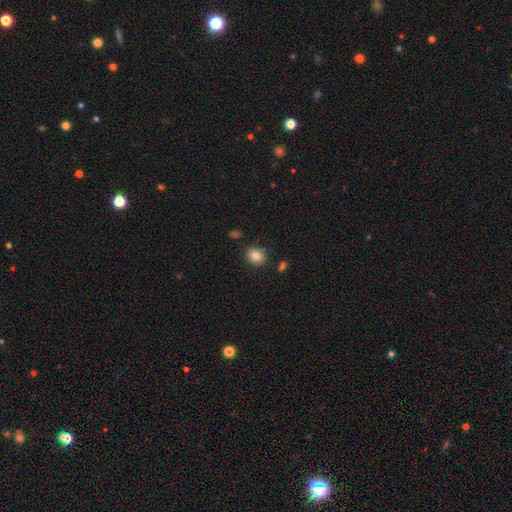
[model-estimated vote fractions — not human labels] A smooth galaxy with no disk features (83%) that is round (71%).

Vote fractions:
- Smooth or featured? smooth: 83% / star or artifact: 10% / featured or disk: 8%
- How rounded? round: 71% / in between: 28% / cigar-shaped: 1%
- Merging? none: 86% / minor disturbance: 9% / merger: 3% / major disturbance: 2%